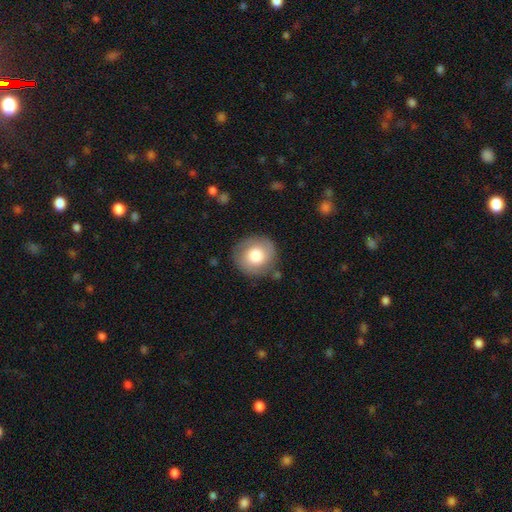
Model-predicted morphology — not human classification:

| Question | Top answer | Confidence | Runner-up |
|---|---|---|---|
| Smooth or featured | smooth | 67% | featured or disk (25%) |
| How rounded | round | 91% | in between (8%) |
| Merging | none | 82% | minor disturbance (12%) |